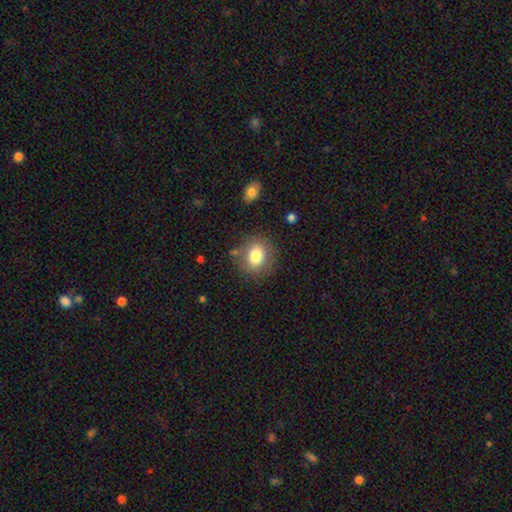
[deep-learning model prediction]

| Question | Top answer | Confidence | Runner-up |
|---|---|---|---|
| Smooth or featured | smooth | 79% | featured or disk (11%) |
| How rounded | round | 60% | in between (39%) |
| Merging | none | 79% | minor disturbance (13%) |